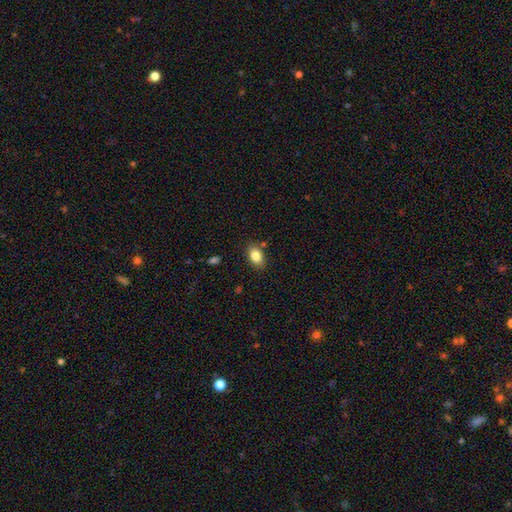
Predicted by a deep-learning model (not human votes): smooth-or-featured: smooth: 84% | star or artifact: 9% | featured or disk: 8%
  how-rounded: in between: 82% | round: 17% | cigar-shaped: 2%
  merging: none: 81% | minor disturbance: 13% | merger: 3% | major disturbance: 3%